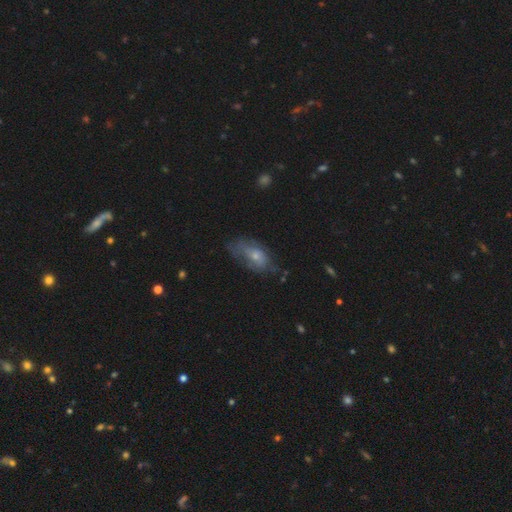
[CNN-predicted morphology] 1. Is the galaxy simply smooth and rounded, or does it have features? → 56% smooth, 34% featured or disk, 9% star or artifact.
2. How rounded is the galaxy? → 89% in between, 7% round, 5% cigar-shaped.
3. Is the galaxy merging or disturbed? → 39% none, 31% minor disturbance, 27% major disturbance, 3% merger.